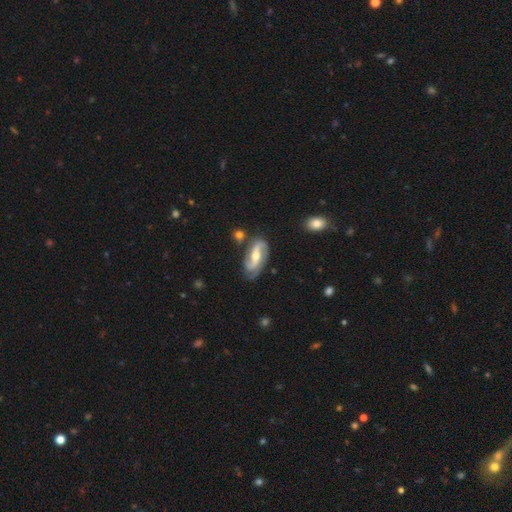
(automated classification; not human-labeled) The model was most divided on "bar": weak: 36%, strong: 34%, no: 30%. Remaining: spiral arms — yes (95%); edge-on disk — no (94%); smooth or featured — featured or disk (85%); spiral arm count — 2 (84%); merging — none (73%); bulge size — moderate (64%); spiral winding — medium (43%).